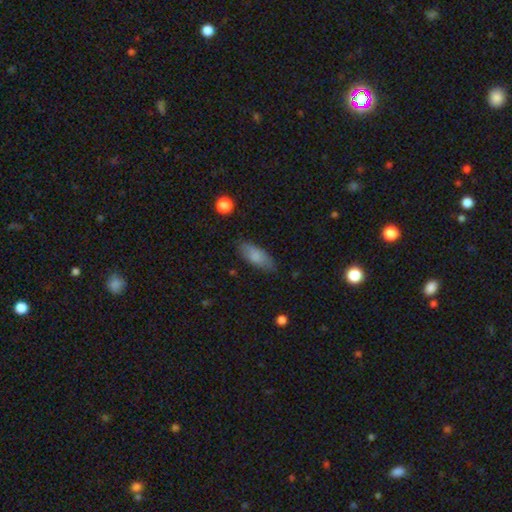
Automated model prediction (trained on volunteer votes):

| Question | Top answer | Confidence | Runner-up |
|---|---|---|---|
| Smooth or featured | smooth | 81% | featured or disk (13%) |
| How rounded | in between | 79% | cigar-shaped (19%) |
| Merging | none | 78% | minor disturbance (17%) |